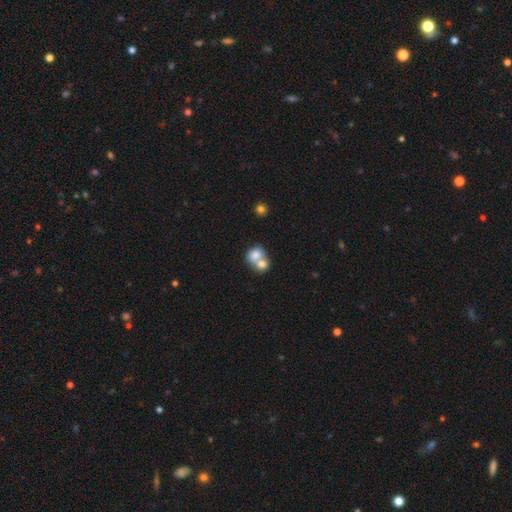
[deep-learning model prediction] smooth-or-featured: smooth: 75% | featured or disk: 16% | star or artifact: 9%
  how-rounded: round: 63% | in between: 36% | cigar-shaped: 1%
  merging: merger: 67% | none: 23% | minor disturbance: 6% | major disturbance: 3%